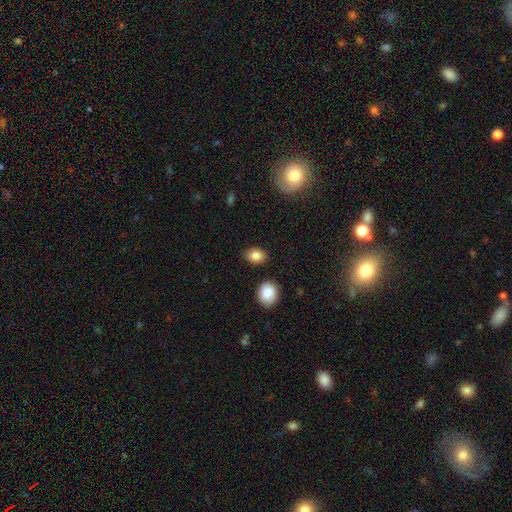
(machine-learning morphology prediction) type=smooth (85%); roundness=in between (68%); merging=none (85%).